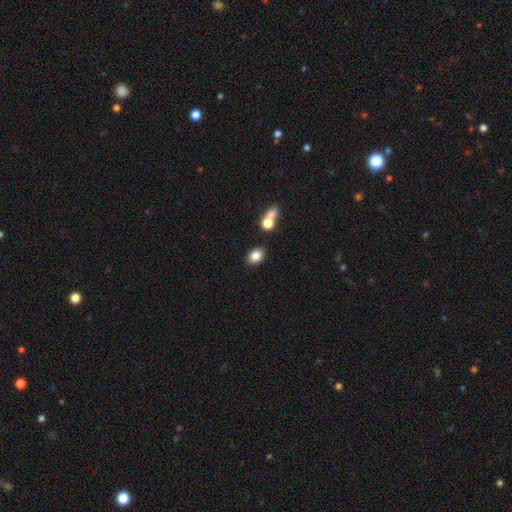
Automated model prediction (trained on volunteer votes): Smooth or featured? Predicted: smooth (p=0.83). How rounded? Predicted: in between (p=0.72). Merging? Predicted: none (p=0.80).